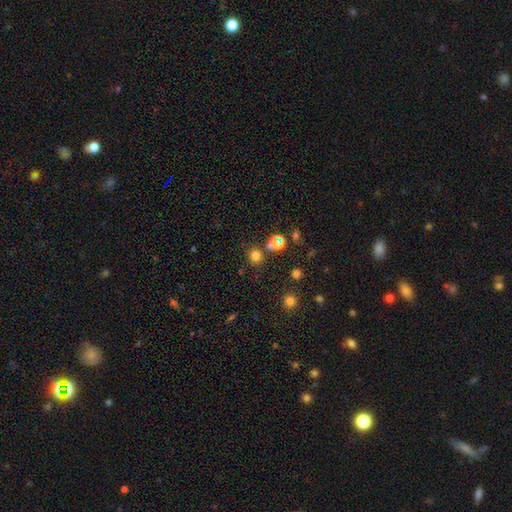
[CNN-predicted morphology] Smooth or featured: smooth — 74% (star or artifact — 20%)
How rounded: round — 85% (in between — 14%)
Merging: none — 79% (merger — 9%)